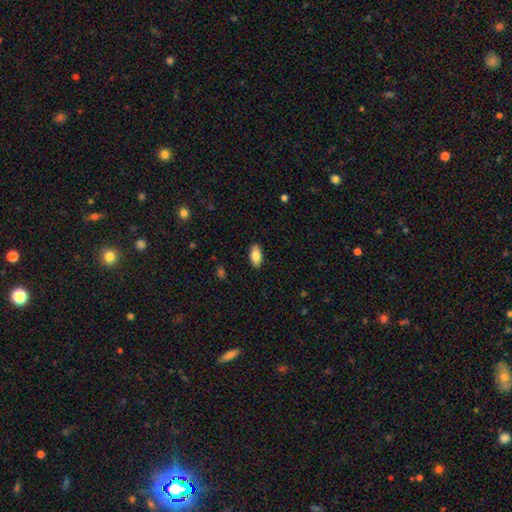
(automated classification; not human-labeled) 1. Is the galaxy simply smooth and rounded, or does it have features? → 84% smooth, 10% featured or disk, 7% star or artifact.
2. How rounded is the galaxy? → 92% in between, 5% cigar-shaped, 3% round.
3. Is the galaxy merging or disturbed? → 89% none, 8% minor disturbance, 2% major disturbance, 1% merger.